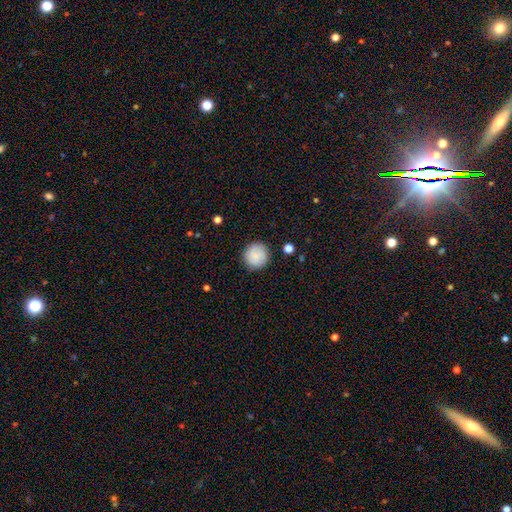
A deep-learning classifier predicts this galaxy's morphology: Smooth or featured? smooth (82%)
How rounded? round (93%)
Merging? none (87%)